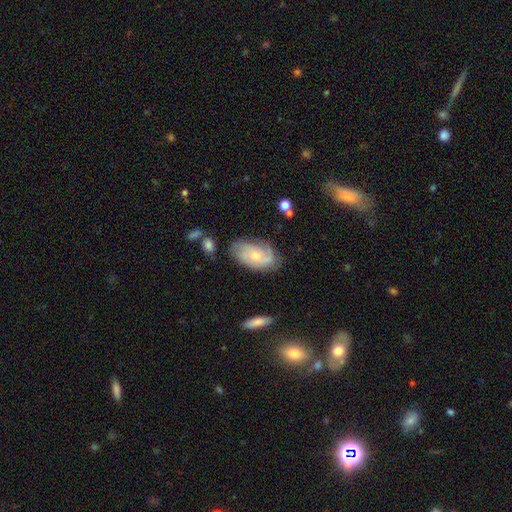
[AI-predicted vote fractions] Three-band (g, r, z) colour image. It shows a featured or disk galaxy (63%) with no bar (73%), 2 (33%, tied with can't tell) tight (44%) spiral arms (90%) and a small central bulge (54%). Merging: none (68%).